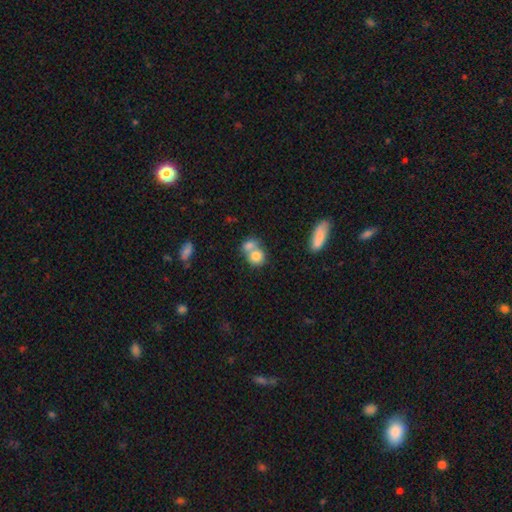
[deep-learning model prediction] Overall: smooth (78%). How rounded: round (70%). Merging: merger (59%; none 31%).